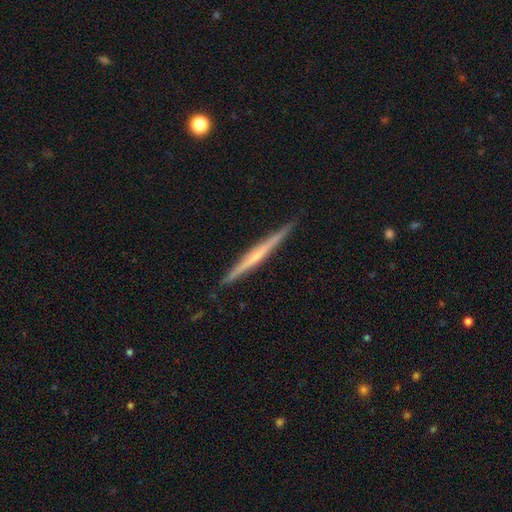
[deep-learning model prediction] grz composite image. It shows a featured or disk galaxy (69%) viewed edge-on (98%) with no central bulge (52%). Merging: none (90%).